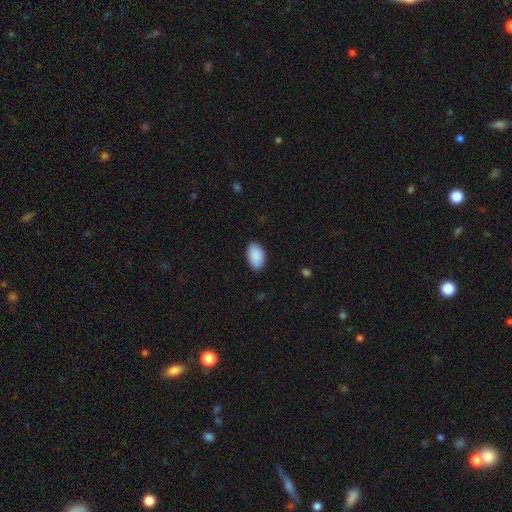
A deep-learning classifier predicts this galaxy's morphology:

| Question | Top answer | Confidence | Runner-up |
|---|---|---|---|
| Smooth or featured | smooth | 91% | star or artifact (6%) |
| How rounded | in between | 94% | round (5%) |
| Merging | none | 86% | minor disturbance (11%) |